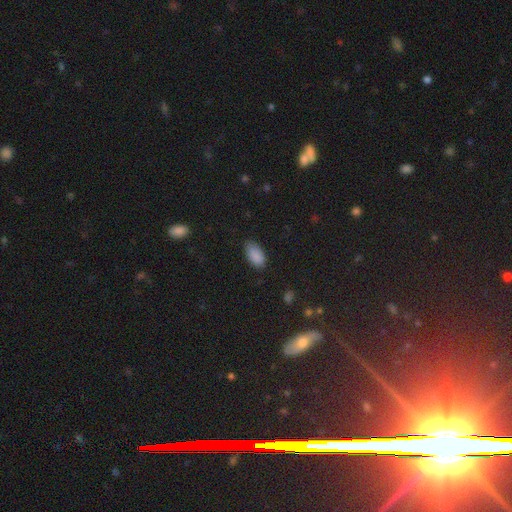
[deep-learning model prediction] This appears to be a smooth galaxy with no disk features (88%) that is in between round and cigar-shaped (94%). Merging: none (74%).